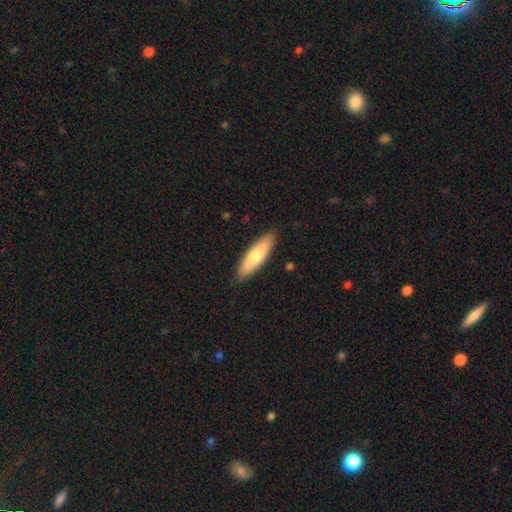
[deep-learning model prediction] This appears to be a smooth galaxy with no disk features (71%) that is cigar-shaped (61%). Merging: none (87%).